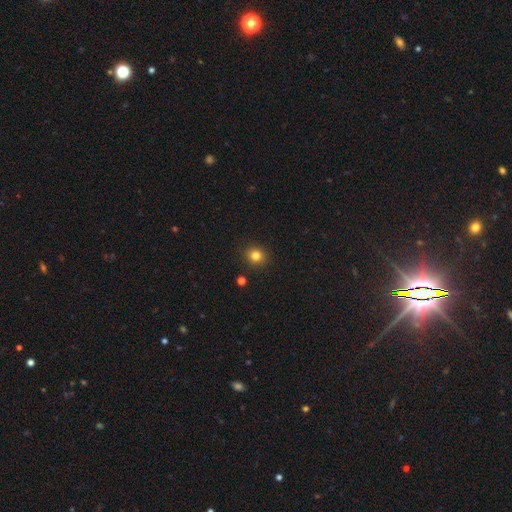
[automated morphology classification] The model was most divided on "smooth or featured": smooth: 81%, star or artifact: 14%, featured or disk: 6%. More confident: merging — none (91%); how rounded — round (86%).